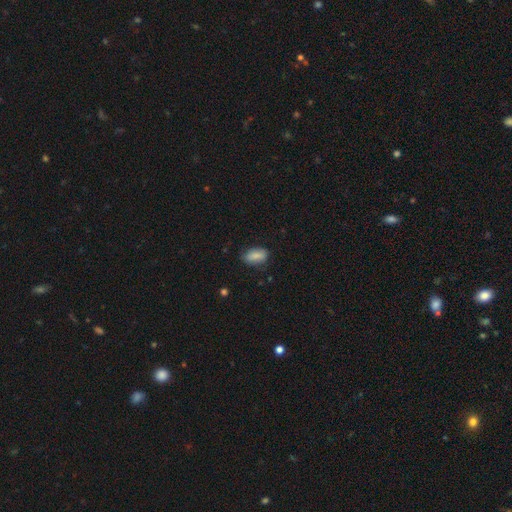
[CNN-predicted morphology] Smooth or featured: smooth — 83% (featured or disk — 10%)
How rounded: in between — 90% (cigar-shaped — 6%)
Merging: none — 77% (minor disturbance — 18%)